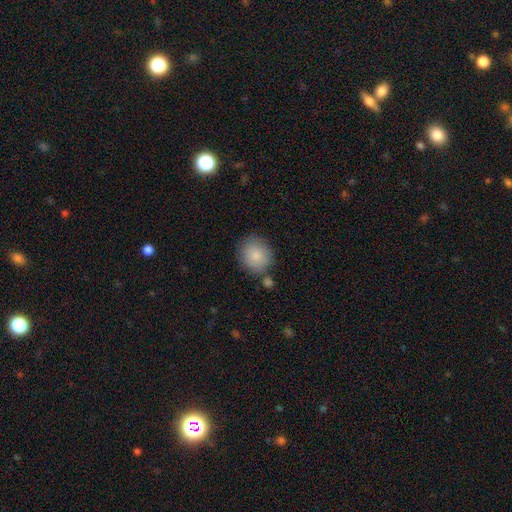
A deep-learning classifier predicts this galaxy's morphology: Overall: smooth (85%). How rounded: round (80%). Merging: none (73%).